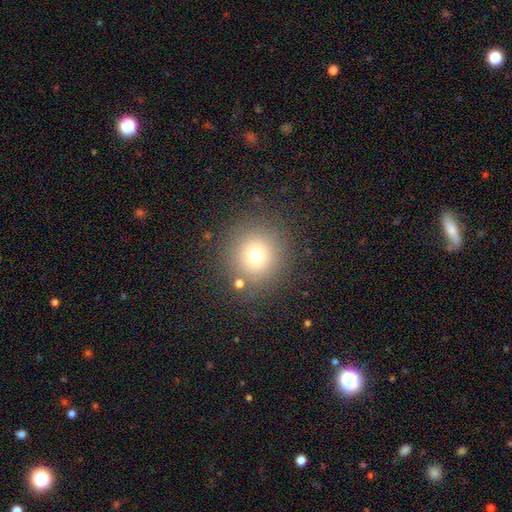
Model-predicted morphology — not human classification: Overall: smooth (70%). How rounded: round (94%). Merging: none (84%).